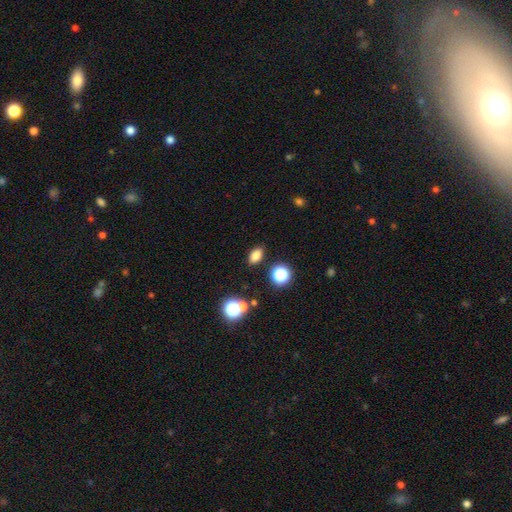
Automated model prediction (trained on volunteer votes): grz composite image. It shows a smooth galaxy with no disk features (80%) that is in between round and cigar-shaped (81%). Merging: none (86%).